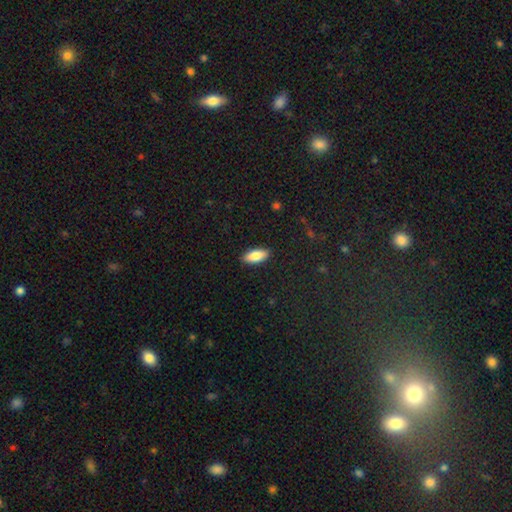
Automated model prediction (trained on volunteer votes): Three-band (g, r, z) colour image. It shows a smooth galaxy with no disk features (83%) that is in between round and cigar-shaped (84%). Merging: none (89%).